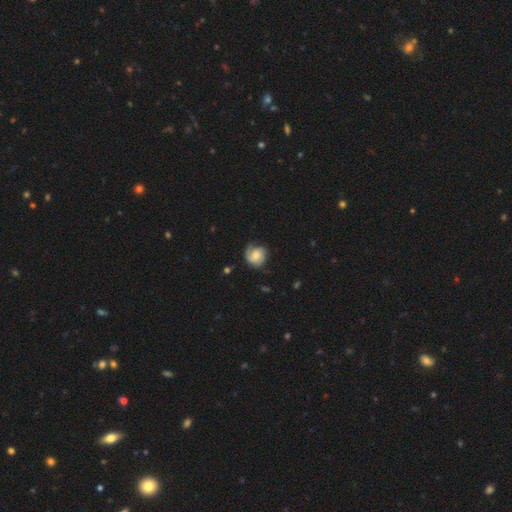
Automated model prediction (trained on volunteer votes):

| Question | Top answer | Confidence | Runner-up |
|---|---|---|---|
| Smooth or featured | featured or disk | 61% | smooth (32%) |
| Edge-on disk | no | 98% | yes (2%) |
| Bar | no | 60% | weak (34%) |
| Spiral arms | yes | 92% | no (8%) |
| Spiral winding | tight | 48% | medium (36%) |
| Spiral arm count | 2 | 57% | 1 (20%) |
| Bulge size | moderate | 52% | small (36%) |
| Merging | none | 66% | minor disturbance (23%) |